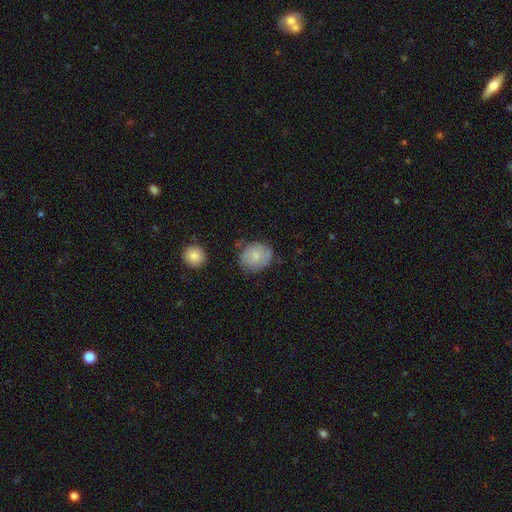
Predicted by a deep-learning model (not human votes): Overall: smooth (73%). How rounded: round (73%). Merging: none (70%).